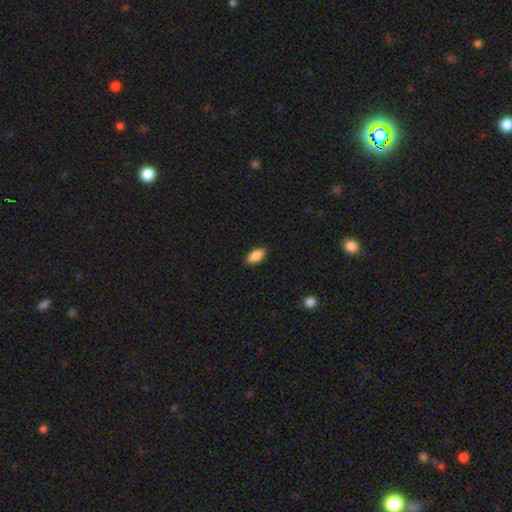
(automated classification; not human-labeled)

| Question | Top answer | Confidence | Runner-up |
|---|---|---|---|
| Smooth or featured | smooth | 88% | star or artifact (7%) |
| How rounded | in between | 90% | cigar-shaped (7%) |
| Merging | none | 89% | minor disturbance (9%) |